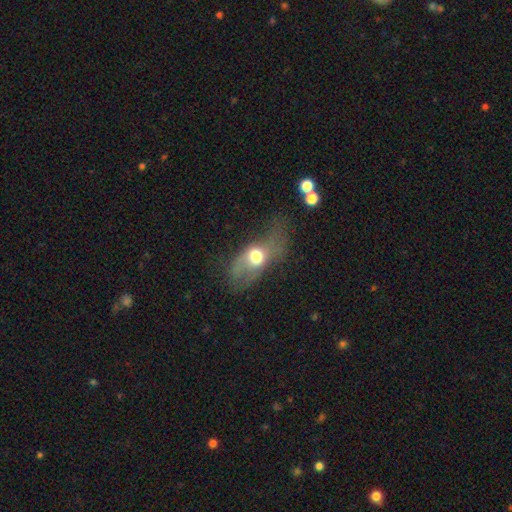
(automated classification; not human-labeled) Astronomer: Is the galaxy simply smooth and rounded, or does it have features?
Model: smooth — 50% (runner-up: featured or disk, 39%).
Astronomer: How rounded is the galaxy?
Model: in between — 76%.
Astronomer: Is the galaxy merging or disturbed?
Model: major disturbance — 41% (runner-up: none, 31%).